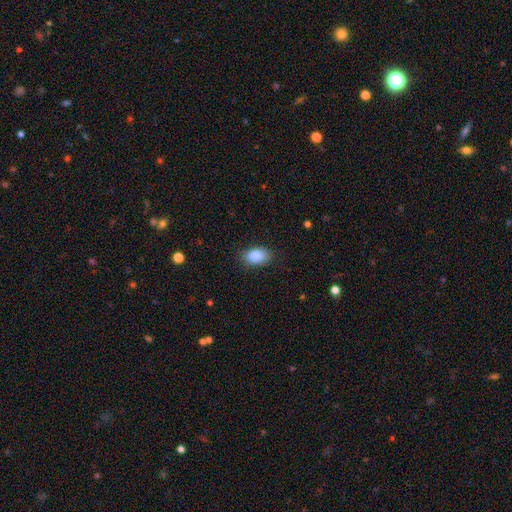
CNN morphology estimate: smooth-or-featured: smooth: 88% | star or artifact: 7% | featured or disk: 4%
  how-rounded: in between: 89% | round: 9% | cigar-shaped: 1%
  merging: none: 81% | minor disturbance: 14% | major disturbance: 3% | merger: 1%